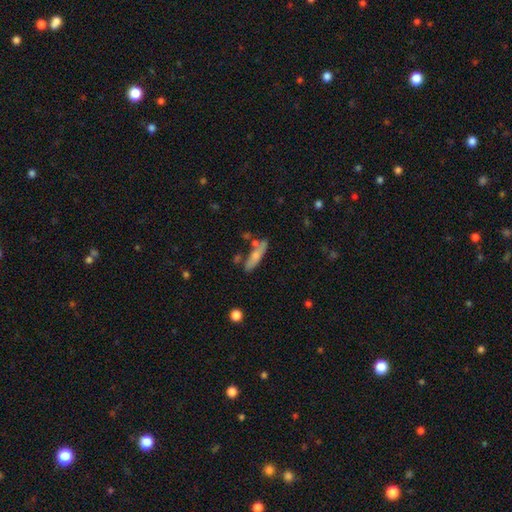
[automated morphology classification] The model was most divided on "smooth or featured": smooth: 66%, featured or disk: 28%, star or artifact: 6%. More confident: how rounded — cigar-shaped (75%); merging — none (66%).